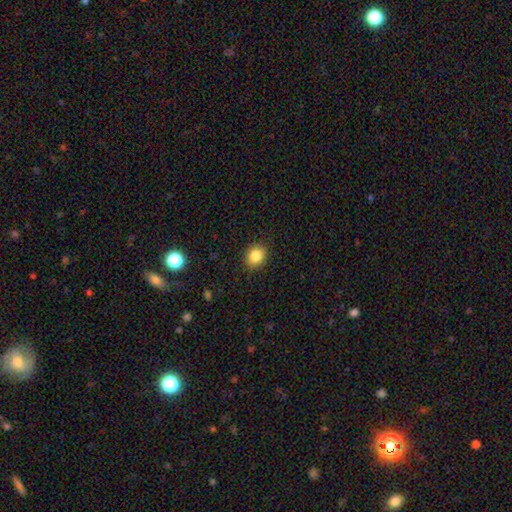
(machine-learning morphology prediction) Smooth or featured? Predicted: smooth (p=0.84). How rounded? Predicted: round (p=0.67). Merging? Predicted: none (p=0.89).